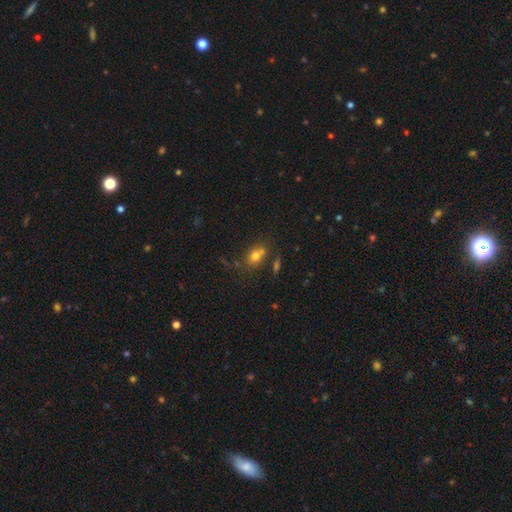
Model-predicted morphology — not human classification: smooth_or_featured: smooth (p=0.72) [alt: featured or disk p=0.15]
how_rounded: in between (p=0.59) [alt: round p=0.39]
merging: none (p=0.51) [alt: merger p=0.29]